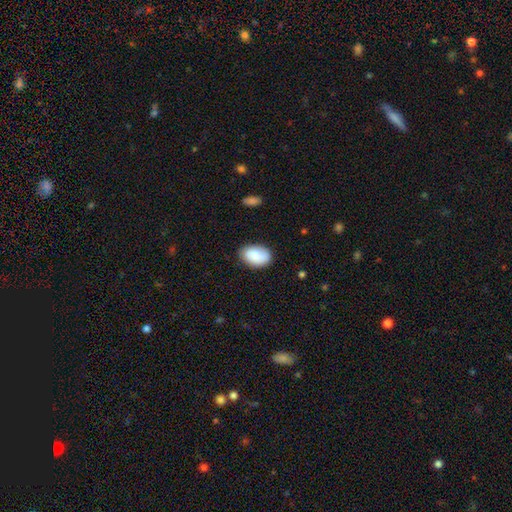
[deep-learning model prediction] Overall: smooth (87%). How rounded: in between (90%). Merging: none (81%).